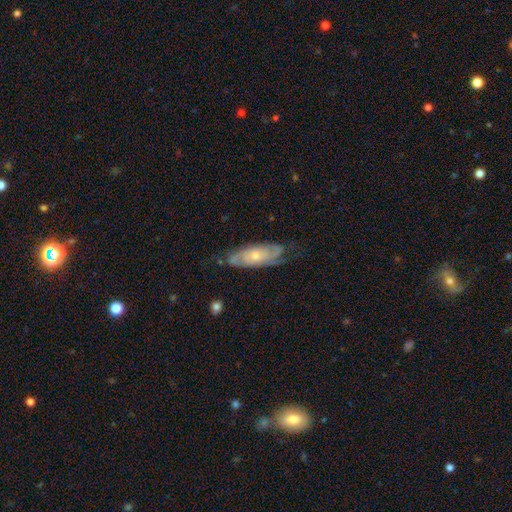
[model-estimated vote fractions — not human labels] A featured or disk galaxy (72%) with no bar (76%), 2 (39%, tied with can't tell) tight (59%) spiral arms (89%) and a small central bulge (58%). Merging: none (67%).